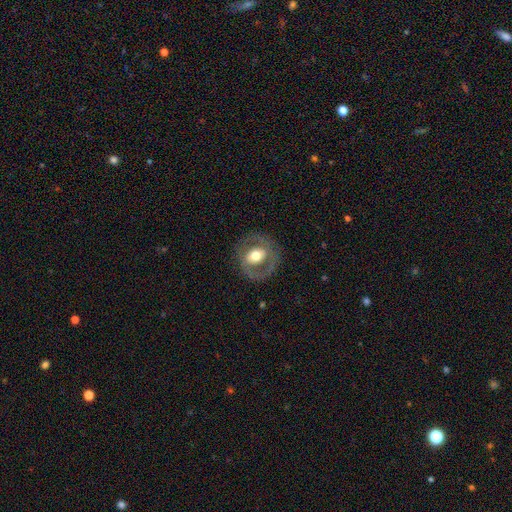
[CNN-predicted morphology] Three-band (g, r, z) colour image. It shows a featured or disk galaxy (57%) with no bar (52%), no spiral arms (64%) and a moderate central bulge (61%). Merging: none (75%).